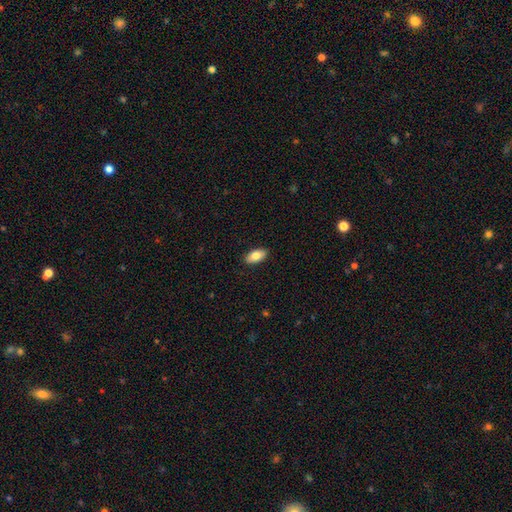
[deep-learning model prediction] This is clearly a smooth galaxy (81%). How rounded: clearly in between (92%). Merging: clearly none (90%).